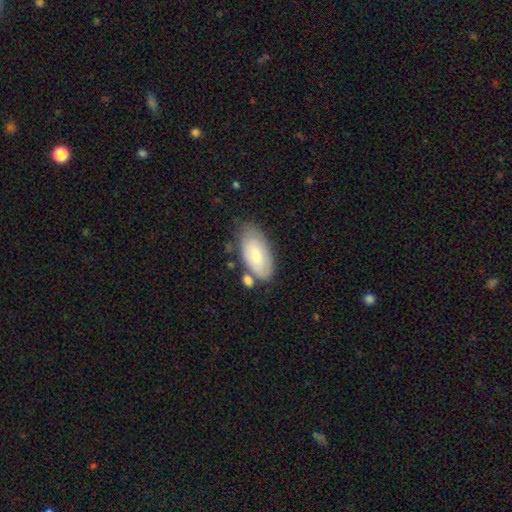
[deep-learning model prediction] smooth-or-featured: smooth: 71% | featured or disk: 23% | star or artifact: 6%
  how-rounded: in between: 93% | cigar-shaped: 4% | round: 2%
  merging: none: 61% | minor disturbance: 23% | merger: 11% | major disturbance: 6%